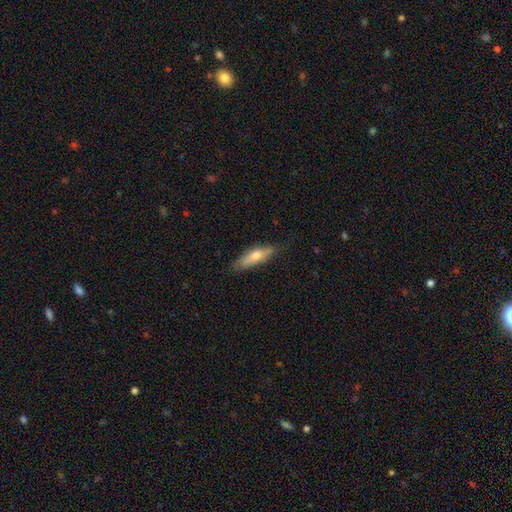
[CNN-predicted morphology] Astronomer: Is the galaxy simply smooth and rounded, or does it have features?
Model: smooth — 59% (runner-up: featured or disk, 35%).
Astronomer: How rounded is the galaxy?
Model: cigar-shaped — 64%.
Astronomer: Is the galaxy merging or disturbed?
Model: none — 78%.